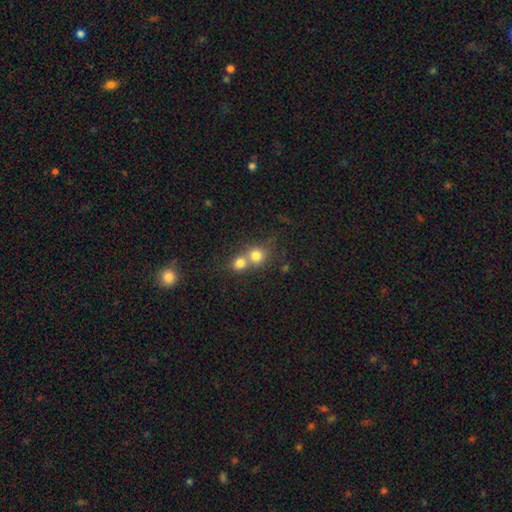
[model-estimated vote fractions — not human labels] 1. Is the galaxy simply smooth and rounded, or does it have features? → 76% smooth, 12% featured or disk, 12% star or artifact.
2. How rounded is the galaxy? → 83% round, 15% in between, 1% cigar-shaped.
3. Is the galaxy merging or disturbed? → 60% merger, 32% none, 5% minor disturbance, 3% major disturbance.